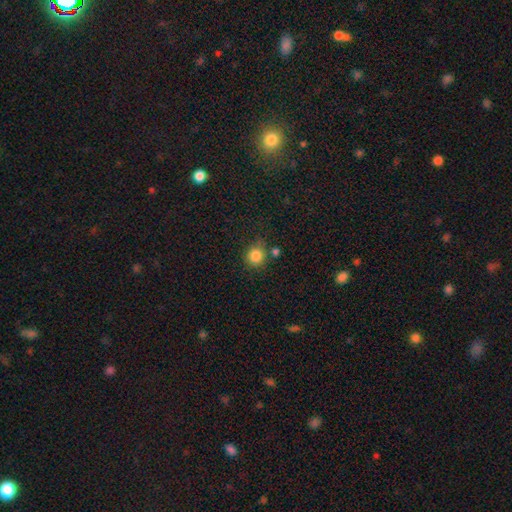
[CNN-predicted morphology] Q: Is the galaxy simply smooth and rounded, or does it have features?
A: smooth — 85%.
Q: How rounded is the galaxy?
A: round — 90%.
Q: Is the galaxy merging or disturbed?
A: none — 74%.